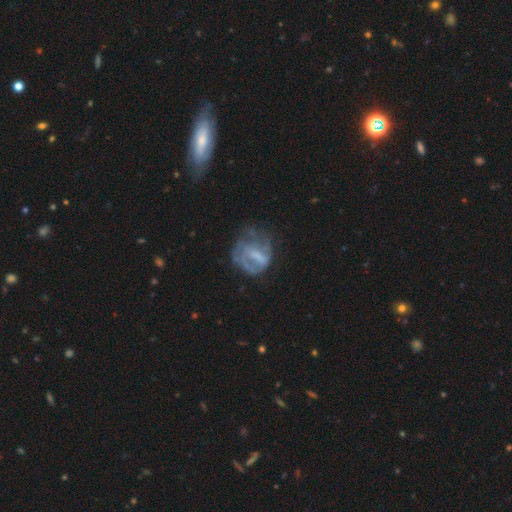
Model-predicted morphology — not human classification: This appears to be a featured or disk galaxy (59%) with no bar (42%), no spiral arms (57%) and no central bulge (44%). Merging: none (41%).